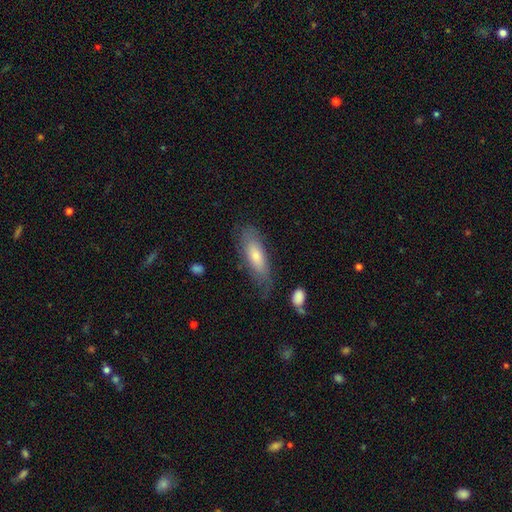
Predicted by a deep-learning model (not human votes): Smooth or featured? Predicted: smooth (p=0.60). How rounded? Predicted: in between (p=0.56). Merging? Predicted: none (p=0.65).